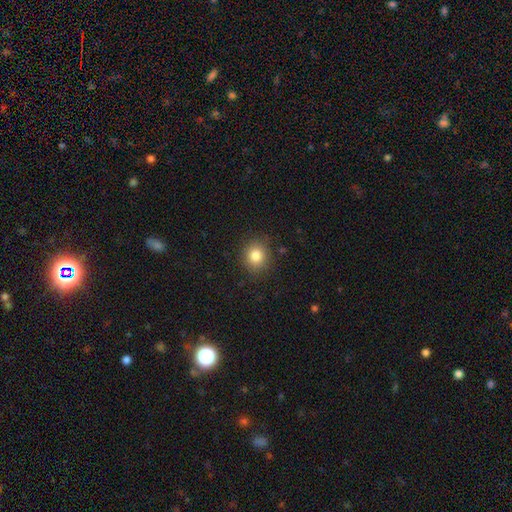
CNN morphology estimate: Smooth or featured: smooth — 83% (star or artifact — 11%)
How rounded: round — 79% (in between — 20%)
Merging: none — 86% (minor disturbance — 10%)